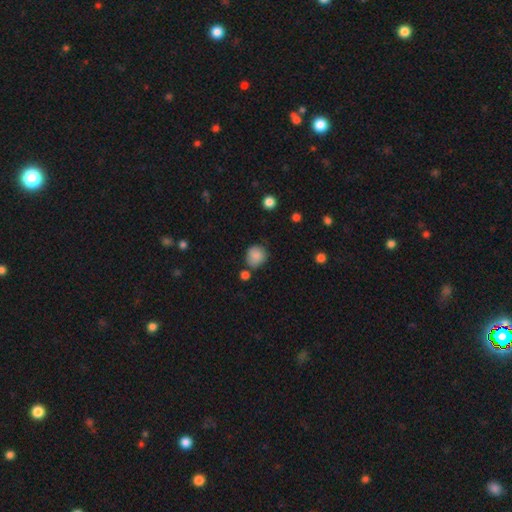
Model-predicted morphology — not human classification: This is clearly a smooth galaxy (86%). How rounded: clearly round (84%). Merging: likely none (72%).